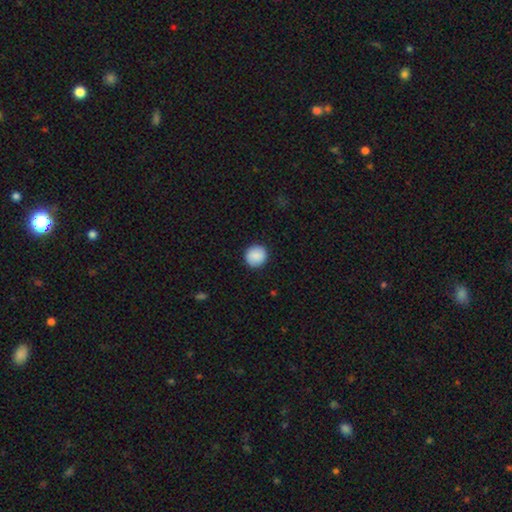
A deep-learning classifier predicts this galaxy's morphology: Smooth or featured? Predicted: smooth (p=0.89). How rounded? Predicted: round (p=0.90). Merging? Predicted: none (p=0.91).